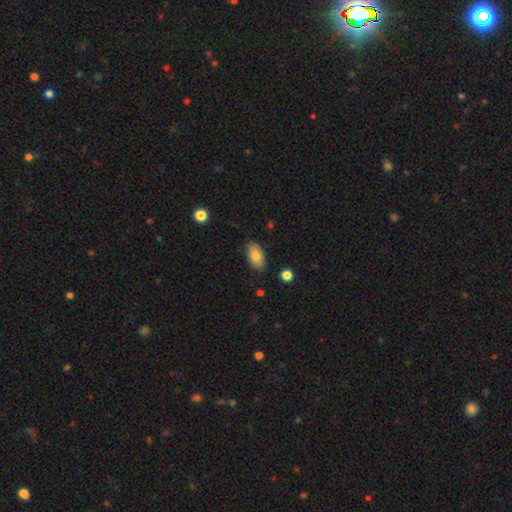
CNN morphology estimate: The model was most divided on "smooth or featured": smooth: 81%, featured or disk: 12%, star or artifact: 7%. More confident: how rounded — in between (93%); merging — none (83%).